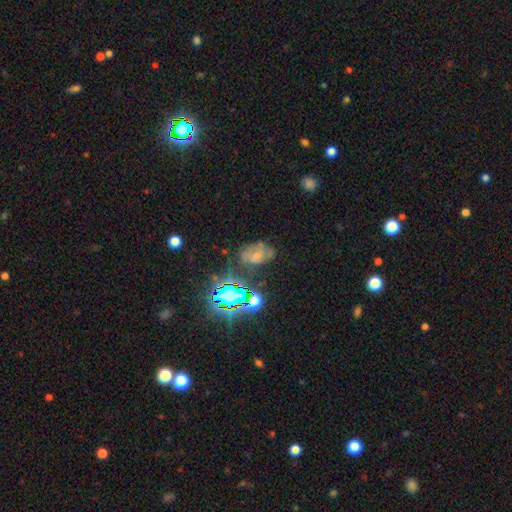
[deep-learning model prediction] The model was most divided on "smooth or featured": smooth: 38%, featured or disk: 35%, star or artifact: 27%. Remaining: merging — none (48%).